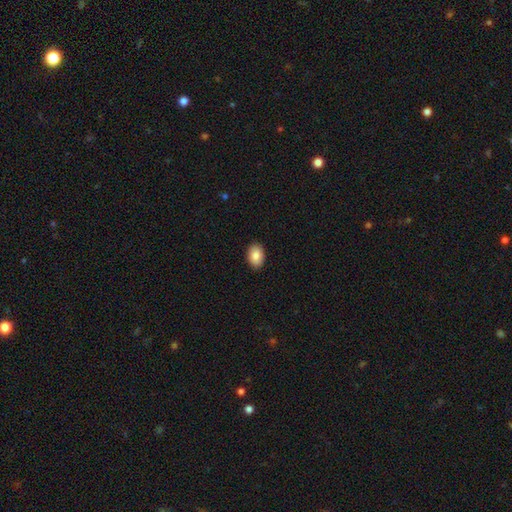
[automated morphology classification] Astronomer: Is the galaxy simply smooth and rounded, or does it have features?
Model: smooth — 87%.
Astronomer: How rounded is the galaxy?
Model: in between — 87%.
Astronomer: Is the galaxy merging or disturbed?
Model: none — 90%.